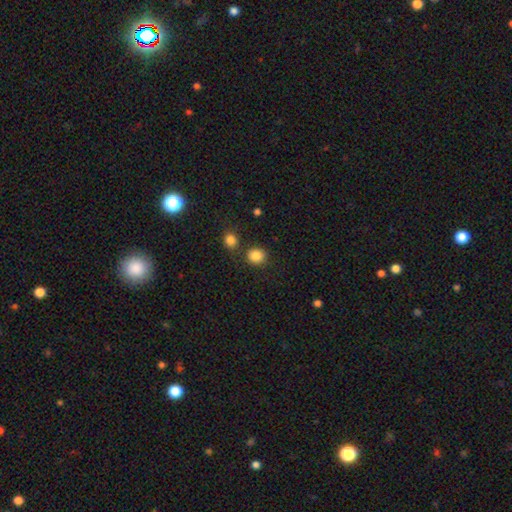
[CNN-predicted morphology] Smooth or featured? Predicted: smooth (p=0.86). How rounded? Predicted: round (p=0.81). Merging? Predicted: none (p=0.77).